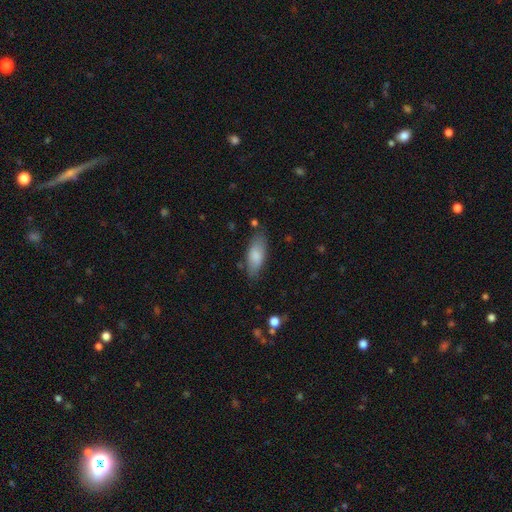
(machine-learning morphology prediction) The model was most divided on "how rounded": in between: 76%, cigar-shaped: 22%, round: 2%. More confident: smooth or featured — smooth (80%); merging — none (75%).